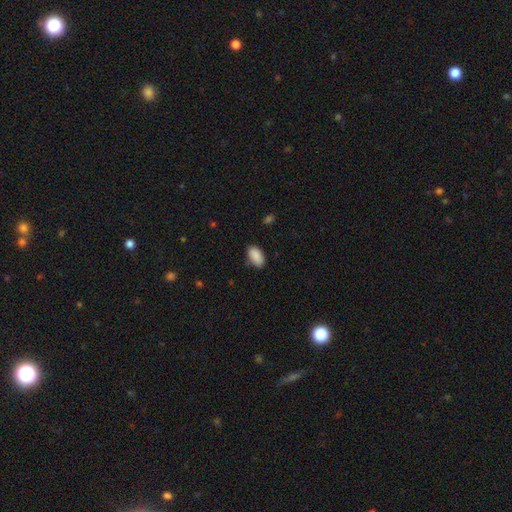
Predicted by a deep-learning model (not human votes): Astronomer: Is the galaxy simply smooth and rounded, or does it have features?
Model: smooth — 89%.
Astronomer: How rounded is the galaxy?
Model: in between — 93%.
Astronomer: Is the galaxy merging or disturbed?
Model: none — 80%.